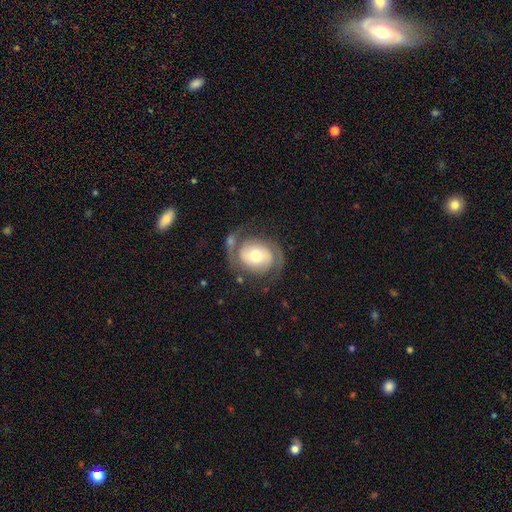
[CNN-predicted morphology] The model was most divided on "spiral winding": tight: 42%, medium: 38%, loose: 20%. More confident: edge-on disk — no (97%); spiral arms — yes (85%); spiral arm count — 2 (81%); smooth or featured — featured or disk (70%); bulge size — moderate (68%); bar — no (67%); merging — none (60%).